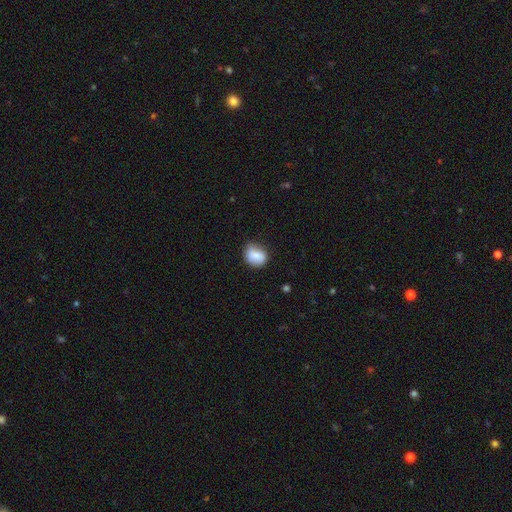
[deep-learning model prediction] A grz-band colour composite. It shows a smooth galaxy with no disk features (81%) that is round (57%). Merging: none (65%).